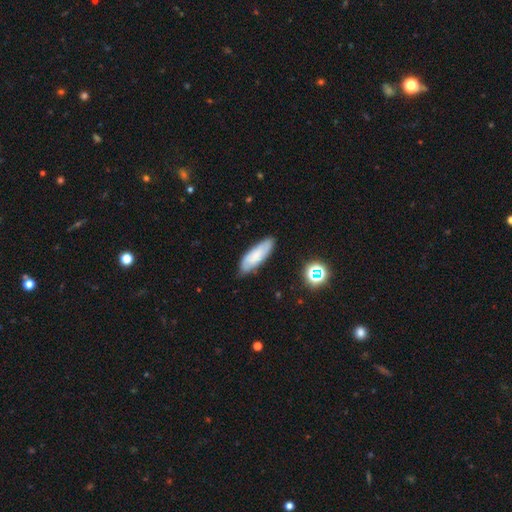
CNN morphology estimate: A smooth galaxy with no disk features (66%) that is in between round and cigar-shaped (57%). Merging: none (77%).